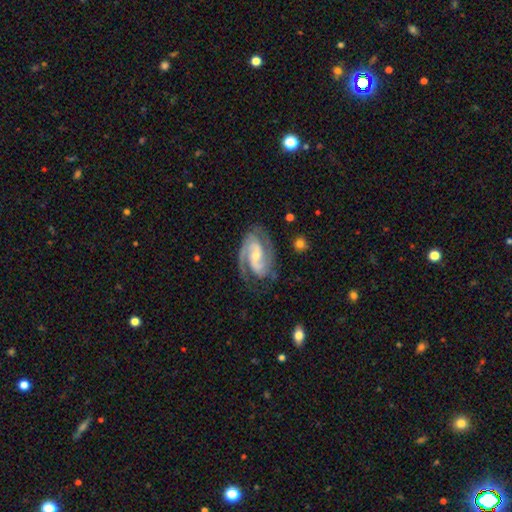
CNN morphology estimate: type=featured or disk (90%); edge-on=no (97%); bar=weak (41%); spiral arms=yes (98%); winding=medium (50%); arm count=2 (82%); bulge=small (49%); merging=none (71%).